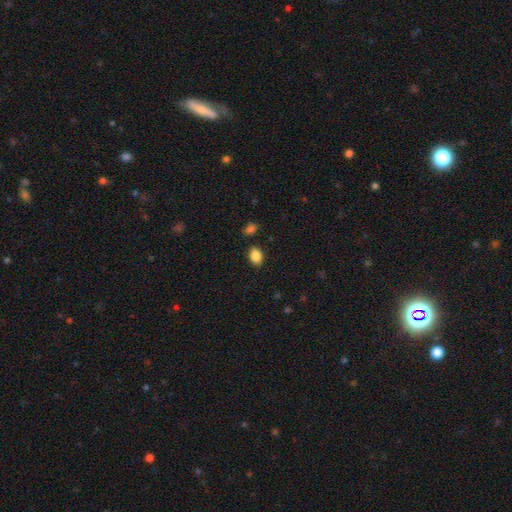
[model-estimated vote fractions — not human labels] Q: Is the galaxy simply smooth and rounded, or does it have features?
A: smooth — 87%.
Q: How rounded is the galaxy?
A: in between — 75%.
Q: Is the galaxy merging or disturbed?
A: none — 85%.